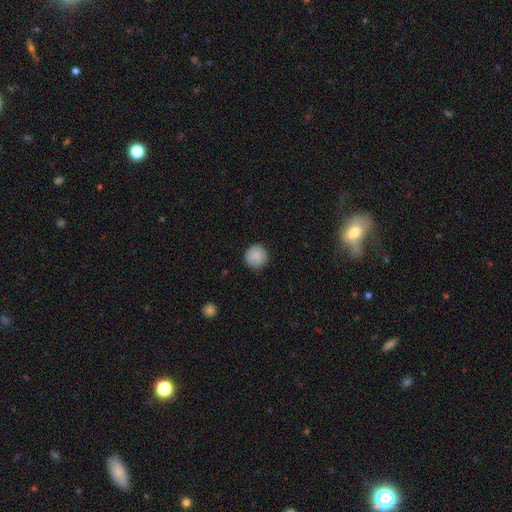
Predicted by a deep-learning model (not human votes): This appears to be a smooth galaxy with no disk features (87%) that is round (94%). Merging: none (90%).